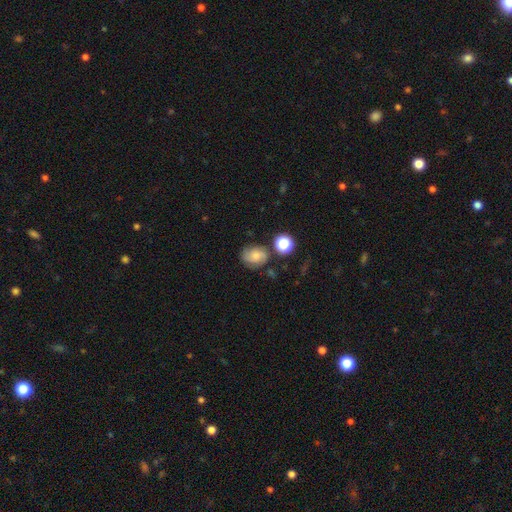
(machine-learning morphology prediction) A smooth galaxy with no disk features (61%) that is round (51%). Merging: none (66%).